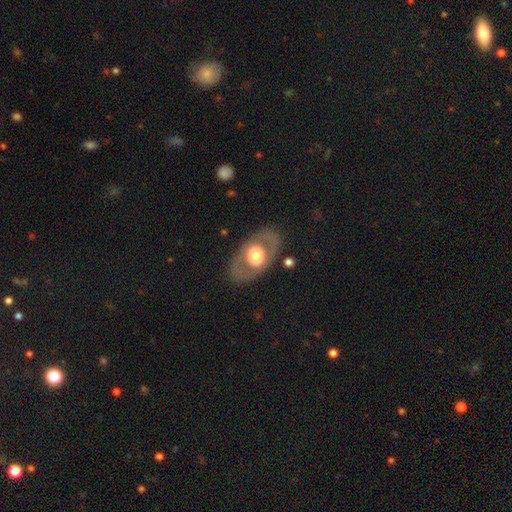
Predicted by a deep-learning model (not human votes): Smooth or featured: featured or disk — 56% (smooth — 39%)
Edge-on disk: no — 89% (yes — 11%)
Merging: none — 80% (minor disturbance — 11%)